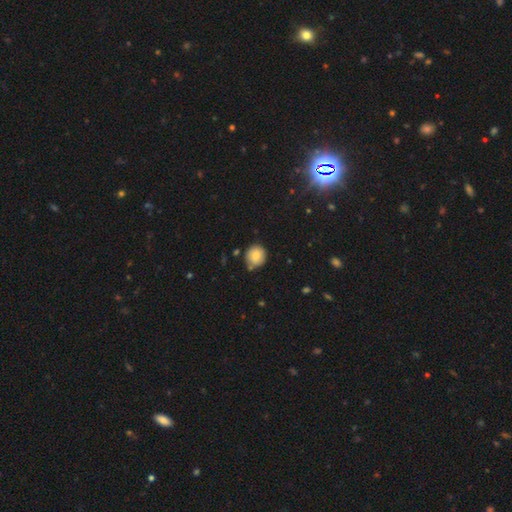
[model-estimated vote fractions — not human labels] A smooth galaxy with no disk features (80%) that is round (89%).

Vote fractions:
- Smooth or featured? smooth: 80% / featured or disk: 11% / star or artifact: 9%
- How rounded? round: 89% / in between: 10% / cigar-shaped: 1%
- Merging? none: 76% / minor disturbance: 17% / merger: 4% / major disturbance: 3%